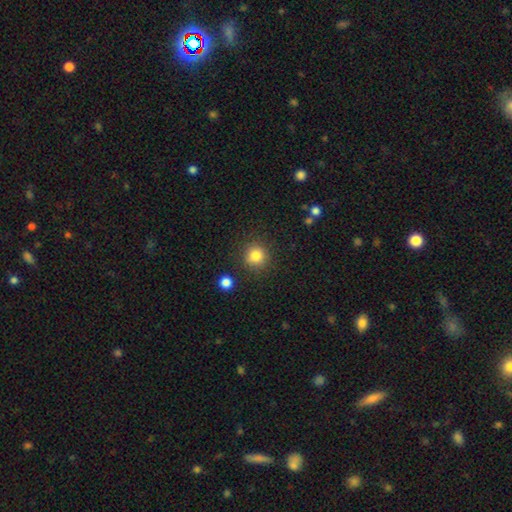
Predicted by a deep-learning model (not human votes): Smooth or featured?
  - smooth: 83% *
  - star or artifact: 11%
  - featured or disk: 5%
How rounded?
  - round: 91% *
  - in between: 8%
  - cigar-shaped: 1%
Merging?
  - none: 86% *
  - minor disturbance: 8%
  - merger: 3%
  - major disturbance: 3%